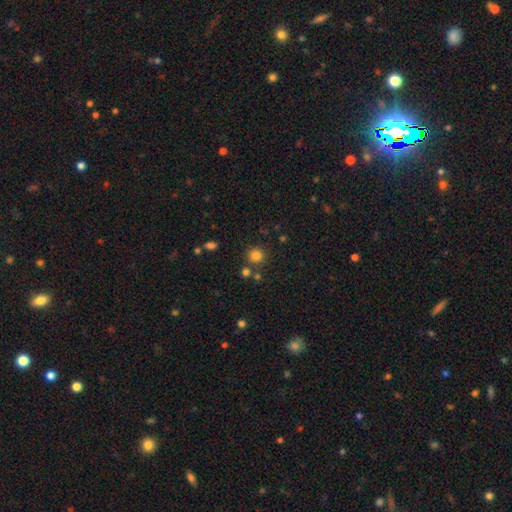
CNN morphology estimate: This appears to be a smooth galaxy with no disk features (81%) that is round (91%). Merging: none (80%).